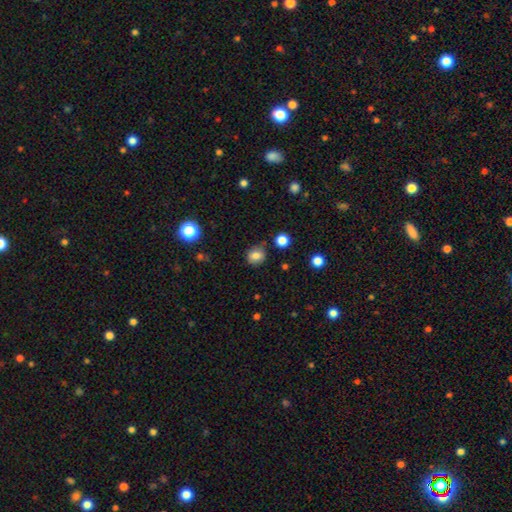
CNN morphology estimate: Smooth or featured? Predicted: smooth (p=0.81). How rounded? Predicted: round (p=0.76). Merging? Predicted: none (p=0.81).